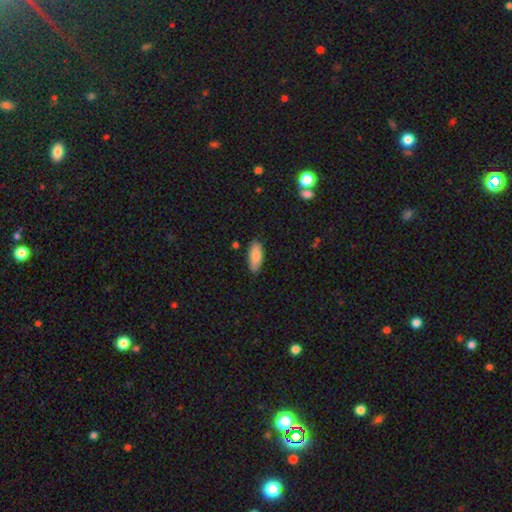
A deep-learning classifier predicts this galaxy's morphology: Smooth or featured?
  - smooth: 86% *
  - featured or disk: 8%
  - star or artifact: 6%
How rounded?
  - in between: 81% *
  - cigar-shaped: 17%
  - round: 2%
Merging?
  - none: 80% *
  - minor disturbance: 16%
  - major disturbance: 2%
  - merger: 2%